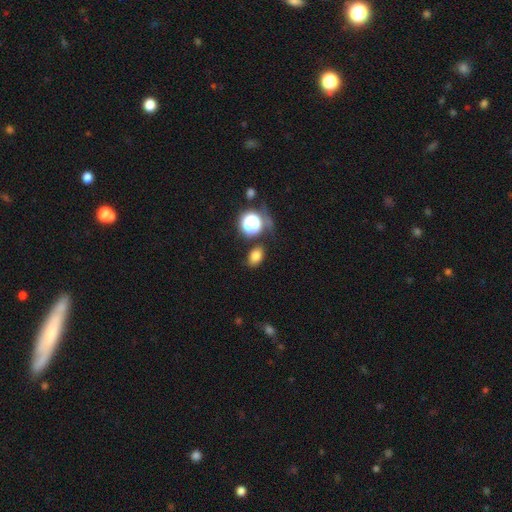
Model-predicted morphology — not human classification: A smooth galaxy with no disk features (75%) that is in between round and cigar-shaped (74%). Merging: none (78%).